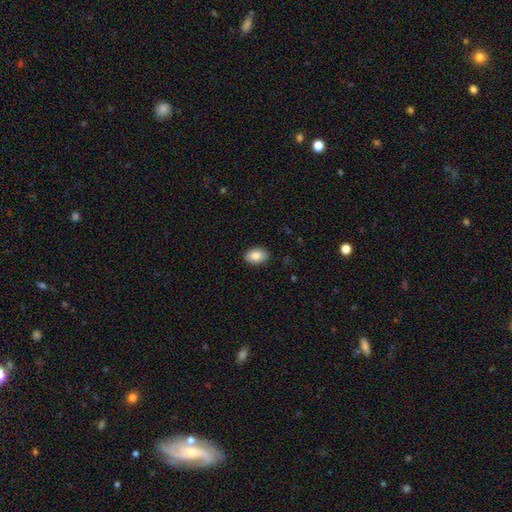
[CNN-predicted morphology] Smooth or featured? smooth (87%)
How rounded? in between (88%)
Merging? none (89%)